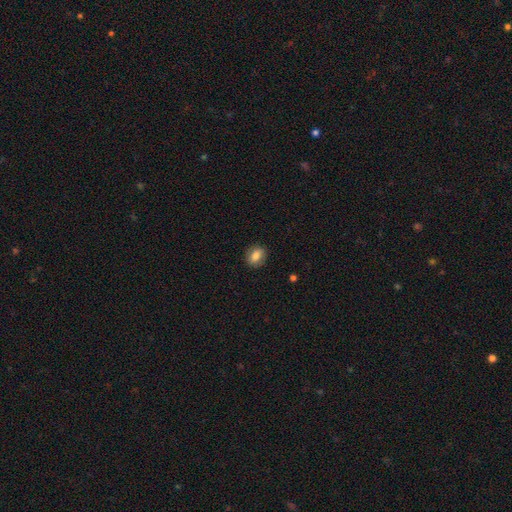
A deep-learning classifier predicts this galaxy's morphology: This appears to be a smooth galaxy with no disk features (81%) that is in between round and cigar-shaped (52%). Merging: none (87%).